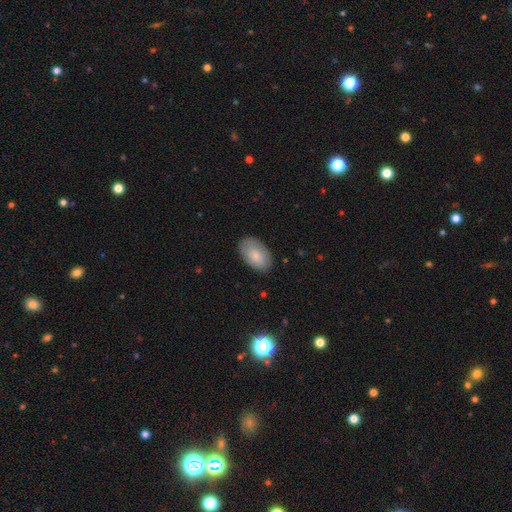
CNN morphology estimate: A smooth galaxy with no disk features (80%) that is in between round and cigar-shaped (94%).

Vote fractions:
- Smooth or featured? smooth: 80% / featured or disk: 15% / star or artifact: 6%
- How rounded? in between: 94% / round: 5% / cigar-shaped: 1%
- Merging? none: 82% / minor disturbance: 14% / major disturbance: 3% / merger: 1%